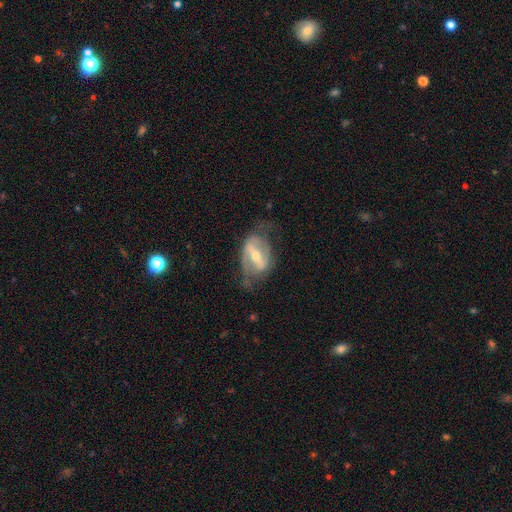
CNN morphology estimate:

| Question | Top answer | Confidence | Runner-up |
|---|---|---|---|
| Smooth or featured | featured or disk | 79% | smooth (15%) |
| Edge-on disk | no | 92% | yes (8%) |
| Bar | strong | 65% | weak (26%) |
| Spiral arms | yes | 71% | no (29%) |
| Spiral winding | medium | 42% | loose (34%) |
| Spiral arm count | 2 | 78% | can't tell (14%) |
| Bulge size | moderate | 53% | small (42%) |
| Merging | none | 57% | minor disturbance (24%) |